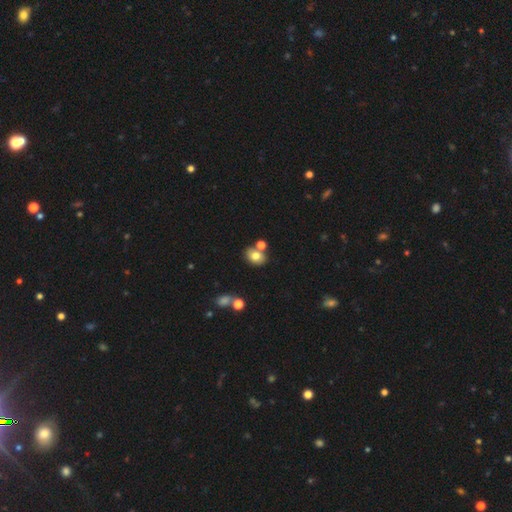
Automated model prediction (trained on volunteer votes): Morphology: type=smooth (76%); roundness=in between (62%); merging=none (61%).